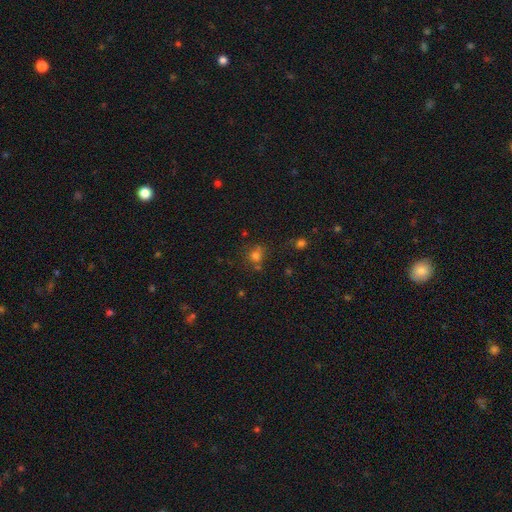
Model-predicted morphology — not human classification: This is likely a smooth galaxy (69%). How rounded: clearly round (80%). Merging: likely none (61%).